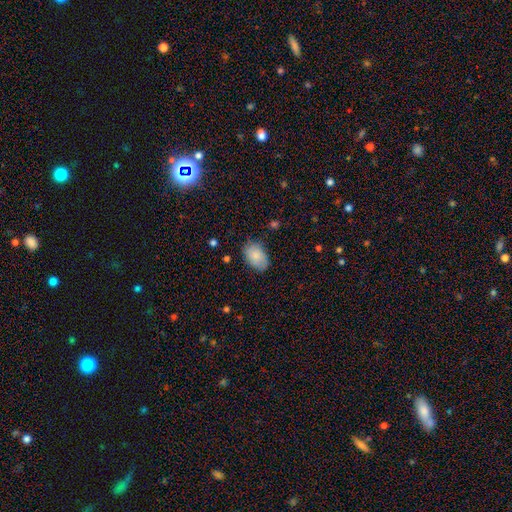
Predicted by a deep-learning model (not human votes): smooth 83%, featured or disk 10%, star or artifact 7%. Down the decision tree: how rounded — in between (87%); merging — none (75%).